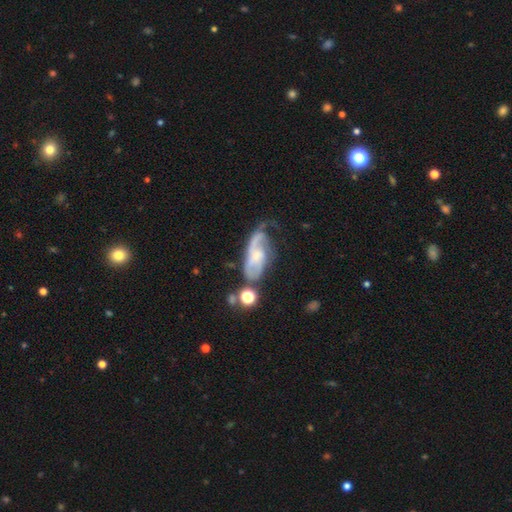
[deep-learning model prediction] Smooth or featured?
  - featured or disk: 74% *
  - smooth: 19%
  - star or artifact: 7%
Edge-on disk?
  - no: 92% *
  - yes: 8%
Bar?
  - no: 58% *
  - weak: 33%
  - strong: 9%
Spiral arms?
  - yes: 87% *
  - no: 13%
Spiral winding?
  - medium: 41% *
  - loose: 32%
  - tight: 27%
Spiral arm count?
  - 2: 51% *
  - can't tell: 22%
  - 1: 19%
  - 3: 5%
  - 4: 2%
  - more than 4: 2%
Bulge size?
  - small: 61% *
  - moderate: 29%
  - none: 6%
  - large: 2%
  - dominant: 1%
Merging?
  - none: 38% *
  - minor disturbance: 27%
  - major disturbance: 26%
  - merger: 9%